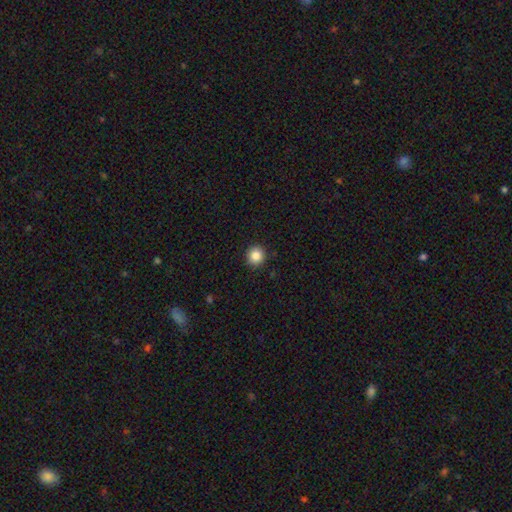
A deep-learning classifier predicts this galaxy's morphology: type=smooth (86%); roundness=round (93%); merging=none (92%).